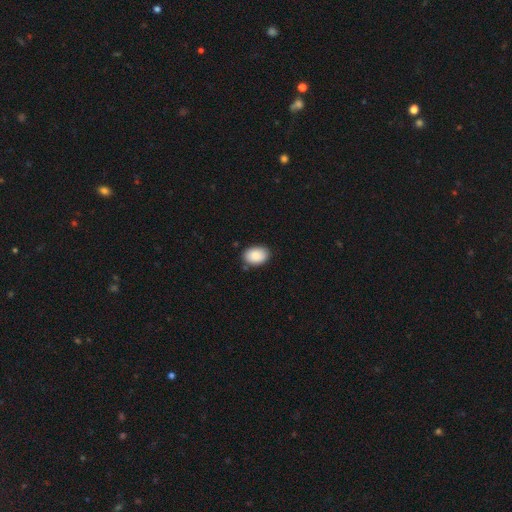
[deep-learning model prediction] Q: Smooth or featured?
A: smooth (87%); runner-up: star or artifact (7%)
Q: How rounded?
A: in between (83%); runner-up: round (16%)
Q: Merging?
A: none (83%); runner-up: minor disturbance (13%)